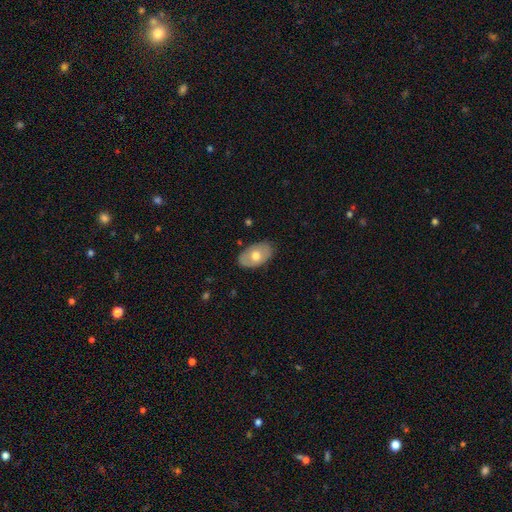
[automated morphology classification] Q: Smooth or featured?
A: smooth (60%); runner-up: featured or disk (34%)
Q: How rounded?
A: in between (90%); runner-up: round (9%)
Q: Merging?
A: none (84%); runner-up: minor disturbance (13%)